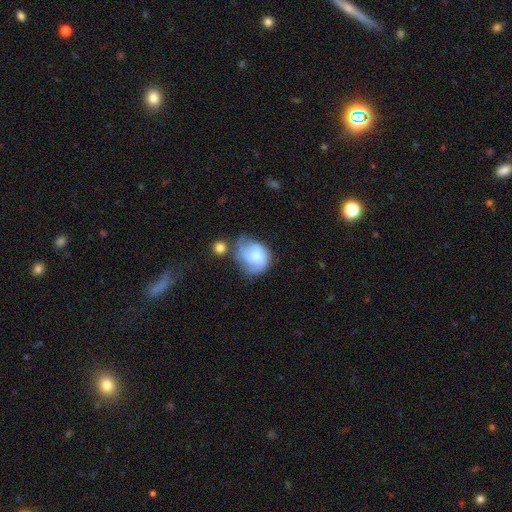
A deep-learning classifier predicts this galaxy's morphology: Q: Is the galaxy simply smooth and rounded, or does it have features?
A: smooth — 53%.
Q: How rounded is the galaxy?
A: round — 52%.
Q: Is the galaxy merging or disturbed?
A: none — 32%, tied with minor disturbance.